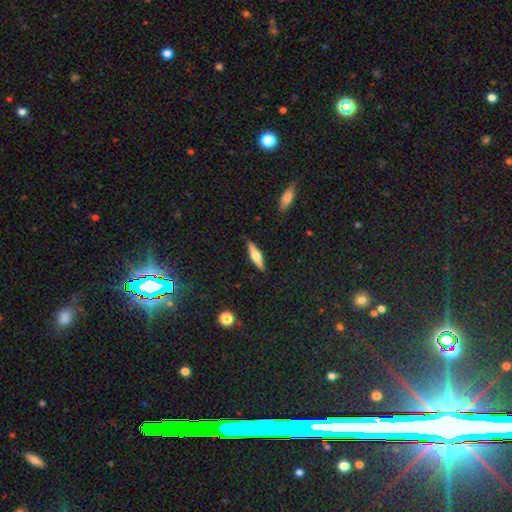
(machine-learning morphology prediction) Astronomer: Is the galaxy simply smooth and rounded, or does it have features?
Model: featured or disk — 54% (runner-up: smooth, 39%).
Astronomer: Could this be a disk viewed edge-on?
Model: yes — 95%.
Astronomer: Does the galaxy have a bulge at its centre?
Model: rounded — 90%.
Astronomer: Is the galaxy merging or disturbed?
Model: none — 89%.